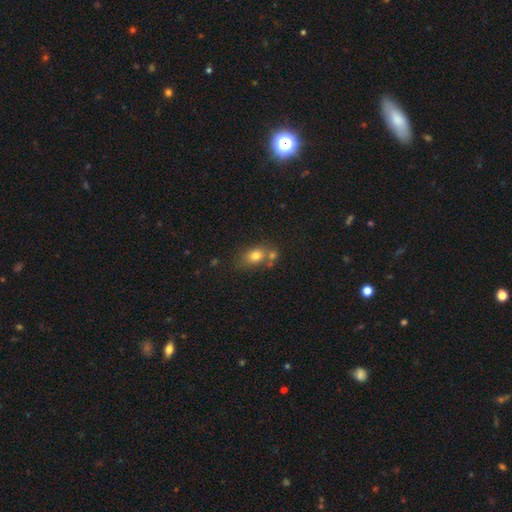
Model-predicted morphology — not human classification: Smooth or featured?
  - smooth: 76% *
  - featured or disk: 12%
  - star or artifact: 12%
How rounded?
  - in between: 62% *
  - round: 36%
  - cigar-shaped: 2%
Merging?
  - none: 50% *
  - merger: 29%
  - minor disturbance: 15%
  - major disturbance: 6%